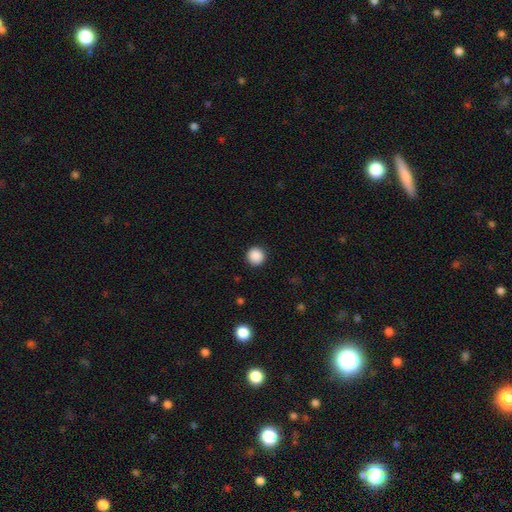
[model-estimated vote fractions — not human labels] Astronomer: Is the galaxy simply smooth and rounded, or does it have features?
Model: smooth — 89%.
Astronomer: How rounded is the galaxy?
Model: round — 94%.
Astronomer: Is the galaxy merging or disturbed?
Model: none — 92%.